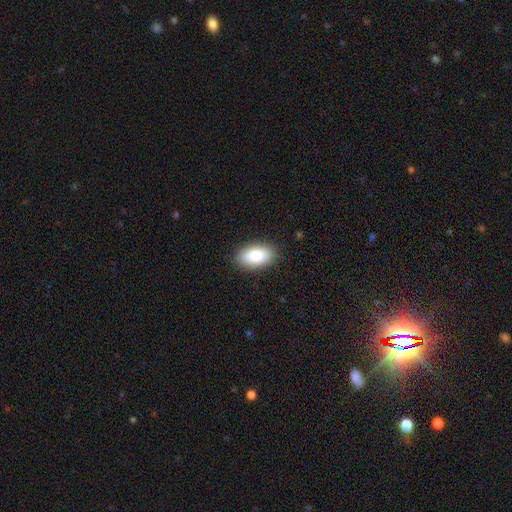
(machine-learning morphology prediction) smooth-or-featured: smooth: 81% | featured or disk: 12% | star or artifact: 7%
  how-rounded: in between: 93% | round: 5% | cigar-shaped: 2%
  merging: none: 89% | minor disturbance: 8% | major disturbance: 2% | merger: 1%